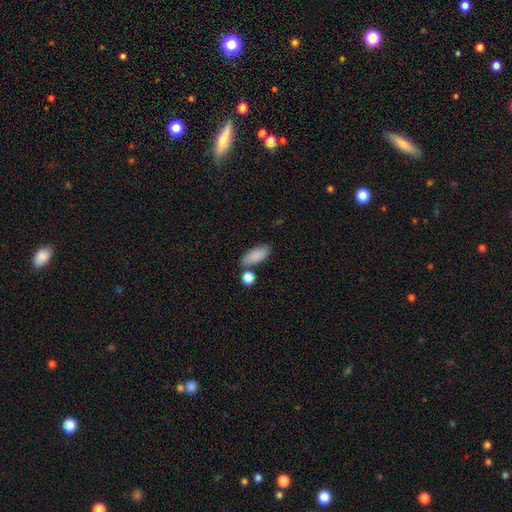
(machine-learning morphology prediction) Smooth or featured?
  - smooth: 87% *
  - featured or disk: 7%
  - star or artifact: 6%
How rounded?
  - in between: 83% *
  - cigar-shaped: 14%
  - round: 3%
Merging?
  - none: 70% *
  - merger: 14%
  - minor disturbance: 12%
  - major disturbance: 3%